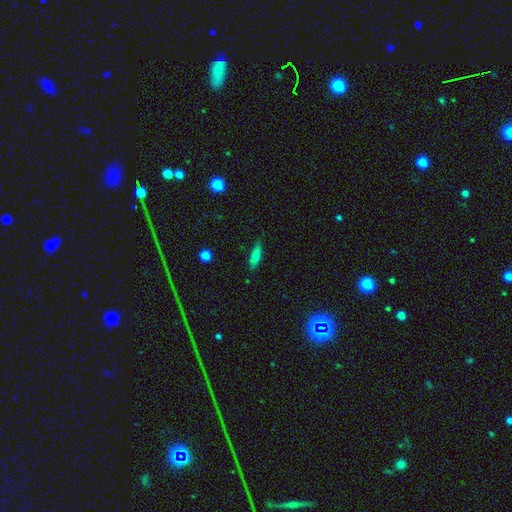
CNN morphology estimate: The model was most divided on "how rounded": cigar-shaped: 61%, in between: 37%, round: 3%. More confident: merging — none (84%); smooth or featured — smooth (67%).